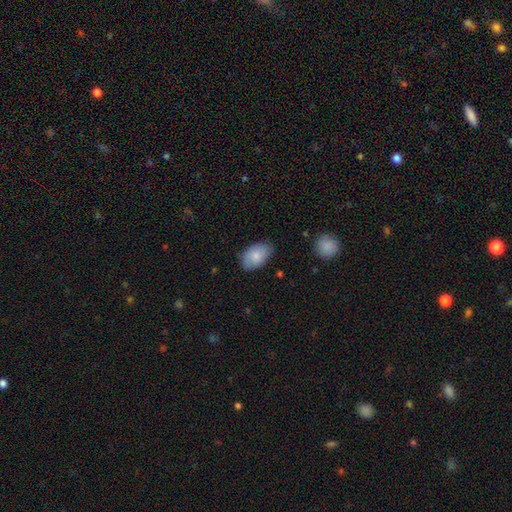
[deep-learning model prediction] Smooth or featured?
  - smooth: 82% *
  - featured or disk: 12%
  - star or artifact: 6%
How rounded?
  - in between: 93% *
  - round: 6%
  - cigar-shaped: 1%
Merging?
  - none: 77% *
  - minor disturbance: 18%
  - major disturbance: 3%
  - merger: 1%